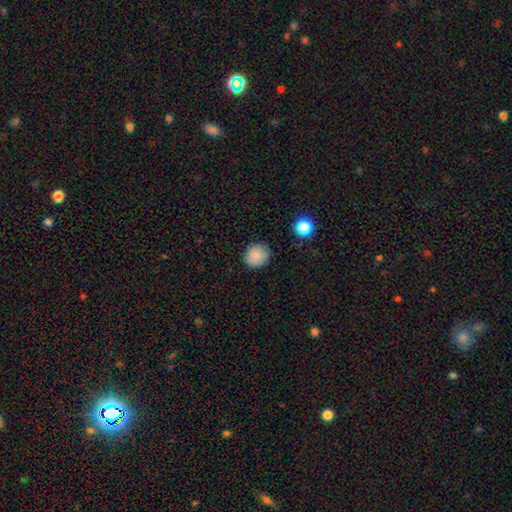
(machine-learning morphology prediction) type=smooth (86%); roundness=round (81%); merging=none (87%).